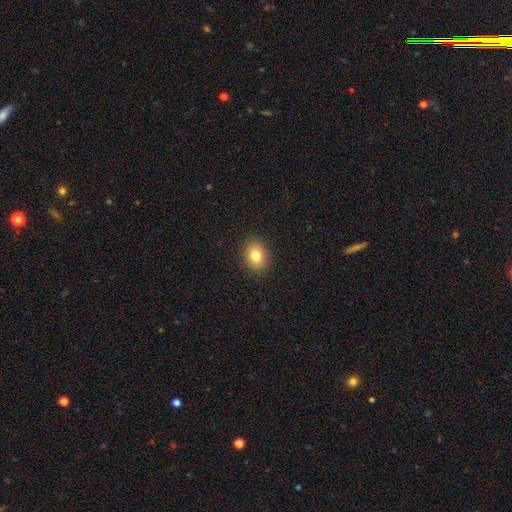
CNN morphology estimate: This is clearly a smooth galaxy (82%). How rounded: possibly in between (56%). Merging: clearly none (90%).